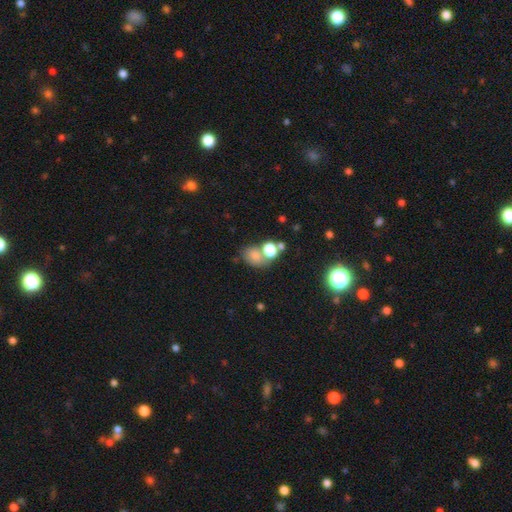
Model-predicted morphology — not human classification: Overall: smooth (71%). How rounded: in between (58%; round 41%). Merging: none (43%; merger 34%).